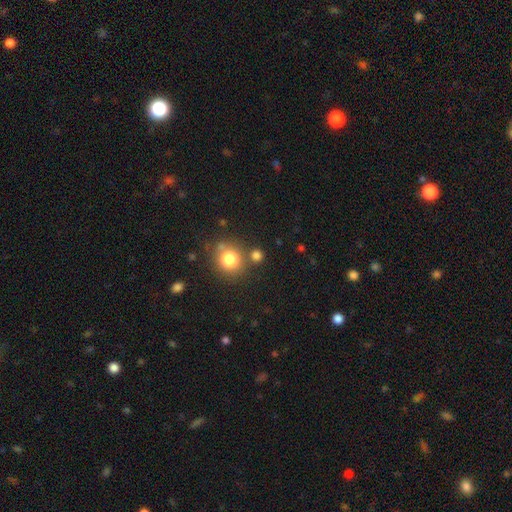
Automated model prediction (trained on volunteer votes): Smooth or featured?
  - smooth: 76% *
  - star or artifact: 17%
  - featured or disk: 7%
How rounded?
  - round: 89% *
  - in between: 10%
  - cigar-shaped: 1%
Merging?
  - none: 76% *
  - merger: 12%
  - minor disturbance: 9%
  - major disturbance: 4%